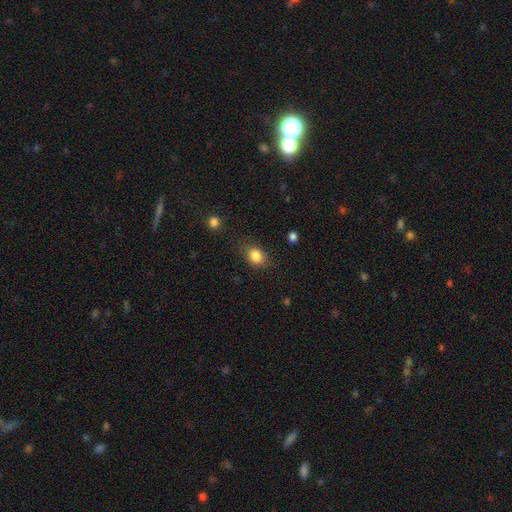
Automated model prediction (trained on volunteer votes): Smooth or featured: smooth — 85% (star or artifact — 10%)
How rounded: in between — 55% (round — 44%)
Merging: none — 75% (minor disturbance — 17%)